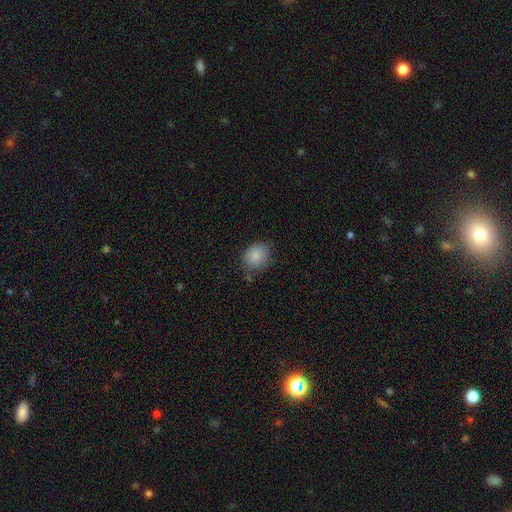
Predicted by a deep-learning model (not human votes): smooth-or-featured: smooth: 85% | star or artifact: 8% | featured or disk: 6%
  how-rounded: round: 56% | in between: 43% | cigar-shaped: 1%
  merging: none: 72% | minor disturbance: 21% | major disturbance: 4% | merger: 3%